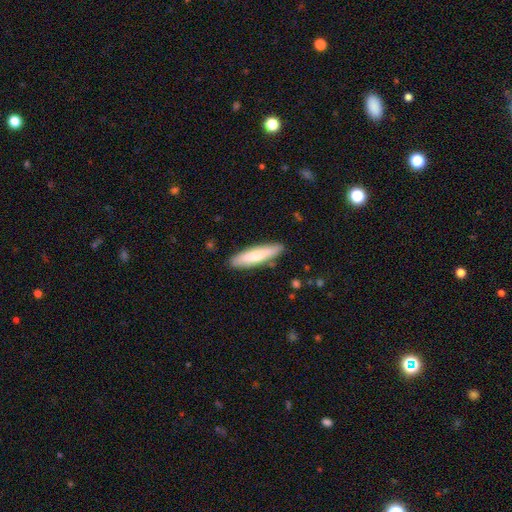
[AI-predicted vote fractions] A smooth galaxy with no disk features (72%) that is cigar-shaped (74%). Merging: none (86%).